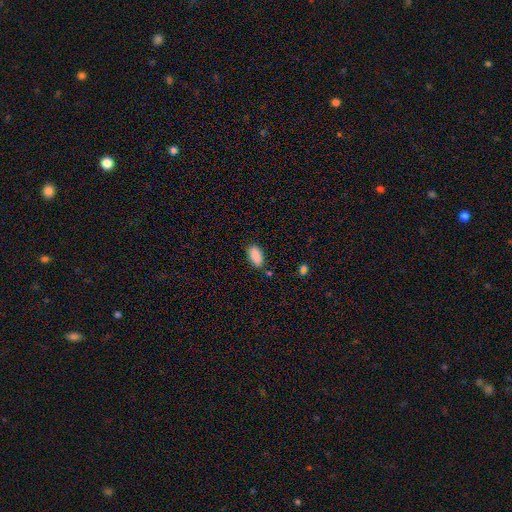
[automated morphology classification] smooth 89%, star or artifact 7%, featured or disk 3%. Down the decision tree: how rounded — in between (93%); merging — none (82%).